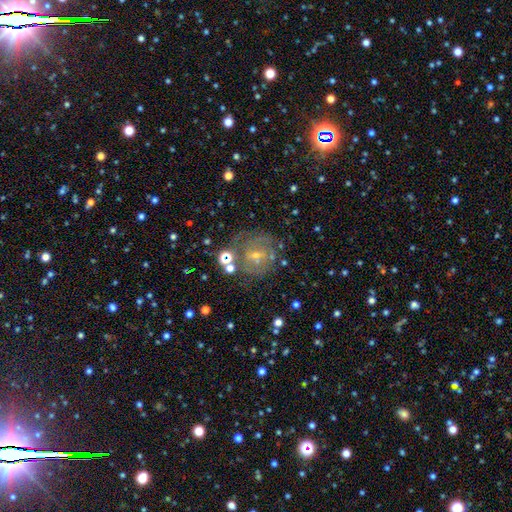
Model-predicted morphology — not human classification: Overall: featured or disk (65%). Edge-on disk: no (97%). Bar: weak (44%; no 42%). Spiral arms: yes (78%). Bulge size: small (66%). Merging: none (67%).